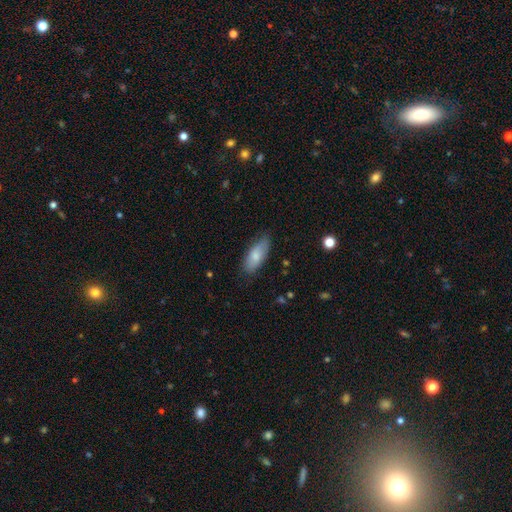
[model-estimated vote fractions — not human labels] smooth 80%, featured or disk 14%, star or artifact 6%. Down the decision tree: how rounded — in between (78%); merging — none (75%).